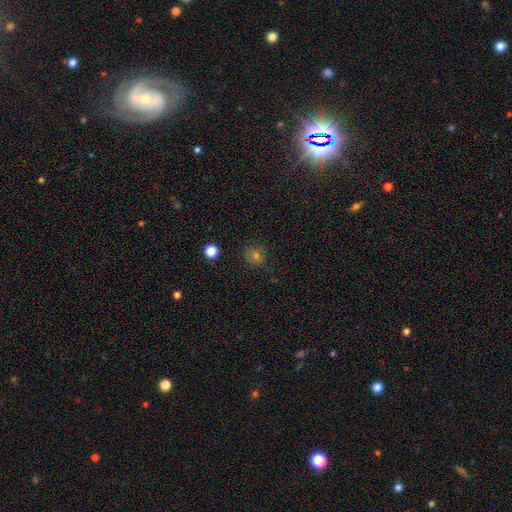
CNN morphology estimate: A smooth galaxy with no disk features (56%) that is round (81%).

Vote fractions:
- Smooth or featured? smooth: 56% / star or artifact: 30% / featured or disk: 14%
- How rounded? round: 81% / in between: 18% / cigar-shaped: 1%
- Merging? none: 80% / minor disturbance: 14% / major disturbance: 5% / merger: 2%